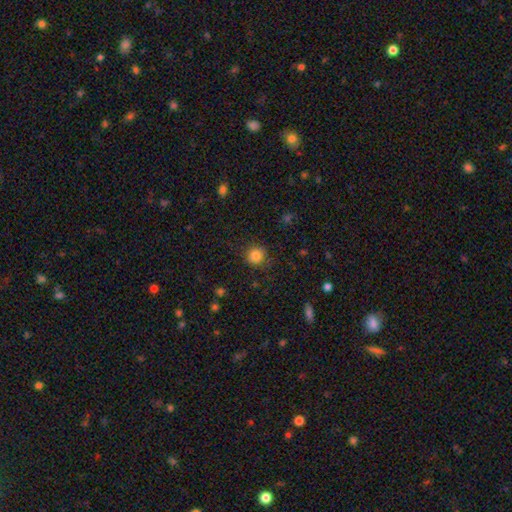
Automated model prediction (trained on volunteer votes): Q: Smooth or featured?
A: smooth (84%); runner-up: star or artifact (11%)
Q: How rounded?
A: round (90%); runner-up: in between (9%)
Q: Merging?
A: none (83%); runner-up: minor disturbance (12%)